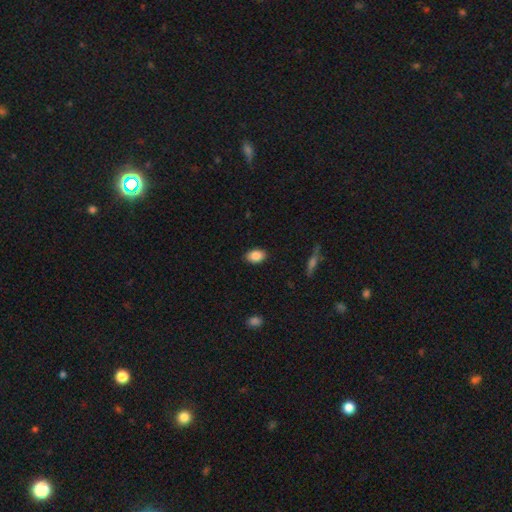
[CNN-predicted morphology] Q: Smooth or featured?
A: smooth (86%); runner-up: star or artifact (8%)
Q: How rounded?
A: in between (83%); runner-up: round (15%)
Q: Merging?
A: none (88%); runner-up: minor disturbance (9%)